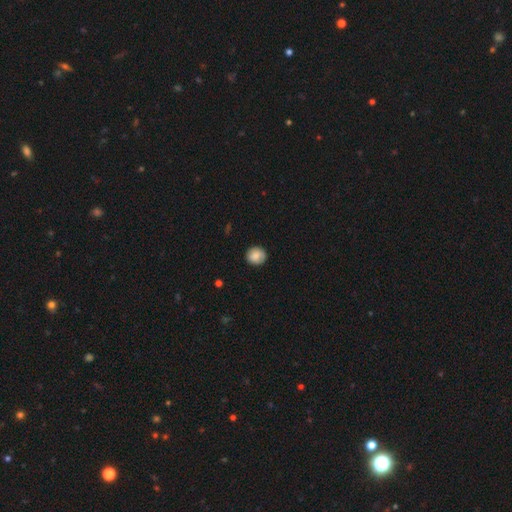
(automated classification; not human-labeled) A smooth galaxy with no disk features (83%) that is round (83%). Merging: none (84%).